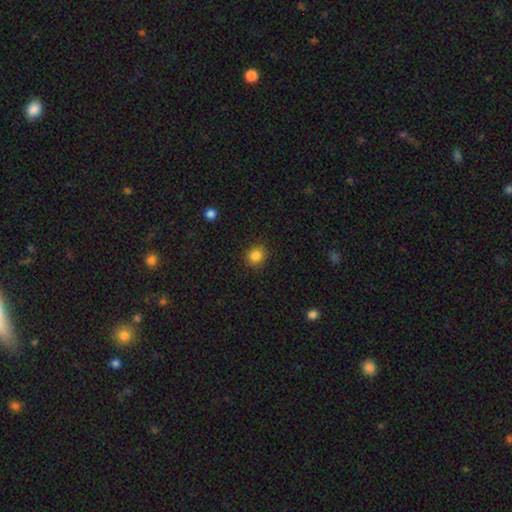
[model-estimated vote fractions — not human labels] This appears to be a smooth galaxy with no disk features (85%) that is round (78%). Merging: none (89%).